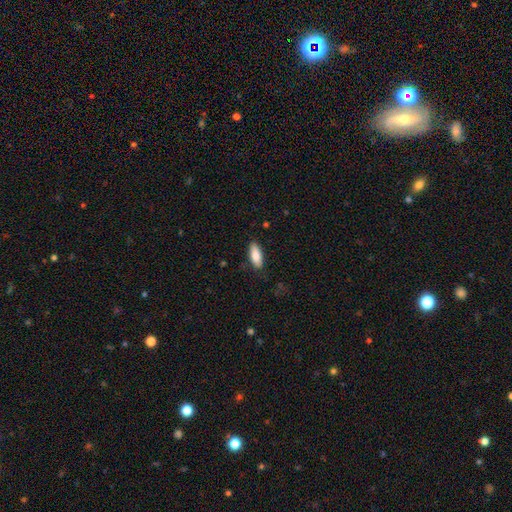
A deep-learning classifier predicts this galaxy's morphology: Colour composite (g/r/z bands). It shows a smooth galaxy with no disk features (84%) that is in between round and cigar-shaped (74%). Merging: none (82%).